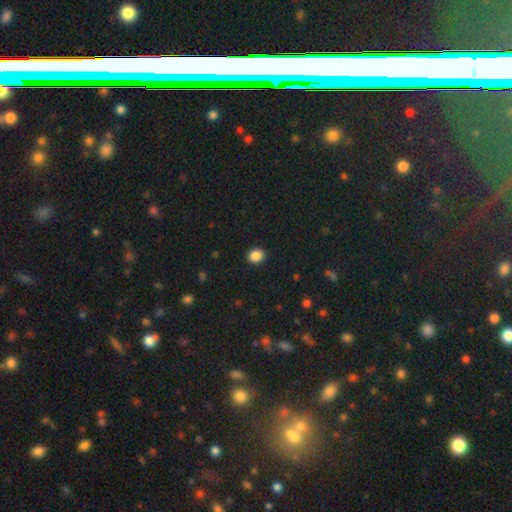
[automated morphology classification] smooth_or_featured: smooth (p=0.88) [alt: star or artifact p=0.09]
how_rounded: round (p=0.64) [alt: in between p=0.35]
merging: none (p=0.91) [alt: minor disturbance p=0.06]